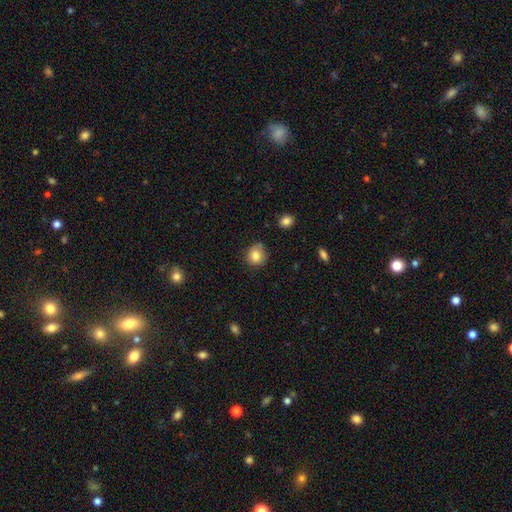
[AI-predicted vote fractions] smooth-or-featured: smooth: 83% | star or artifact: 10% | featured or disk: 8%
  how-rounded: round: 84% | in between: 15% | cigar-shaped: 1%
  merging: none: 71% | minor disturbance: 21% | major disturbance: 4% | merger: 3%